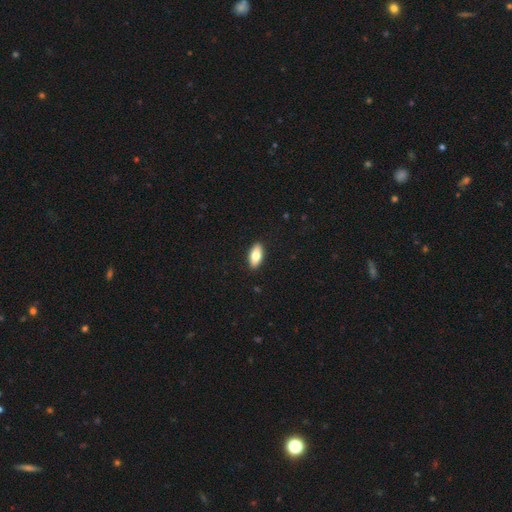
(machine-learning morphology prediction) A smooth galaxy with no disk features (78%) that is in between round and cigar-shaped (87%).

Vote fractions:
- Smooth or featured? smooth: 78% / featured or disk: 16% / star or artifact: 6%
- How rounded? in between: 87% / cigar-shaped: 10% / round: 3%
- Merging? none: 91% / minor disturbance: 7% / major disturbance: 2% / merger: 1%